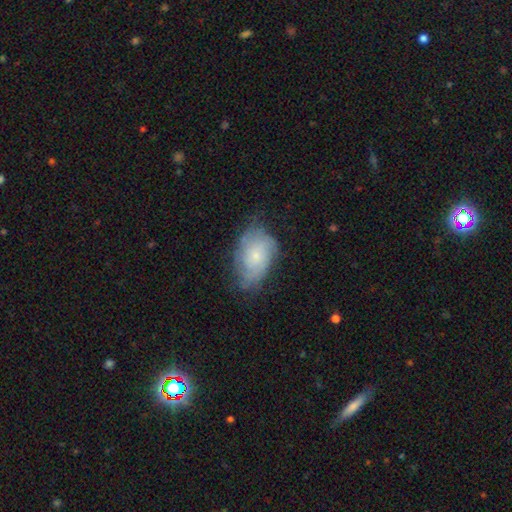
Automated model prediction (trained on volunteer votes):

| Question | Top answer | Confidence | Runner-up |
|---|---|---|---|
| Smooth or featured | featured or disk | 51% | smooth (41%) |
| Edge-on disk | no | 96% | yes (4%) |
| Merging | none | 57% | minor disturbance (30%) |